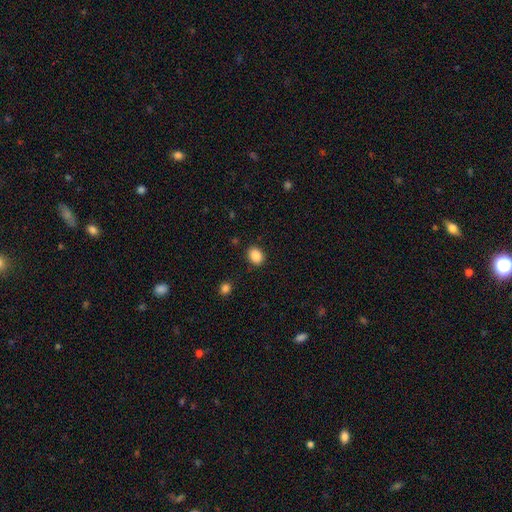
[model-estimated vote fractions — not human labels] Smooth or featured? smooth (88%)
How rounded? in between (57%)
Merging? none (87%)